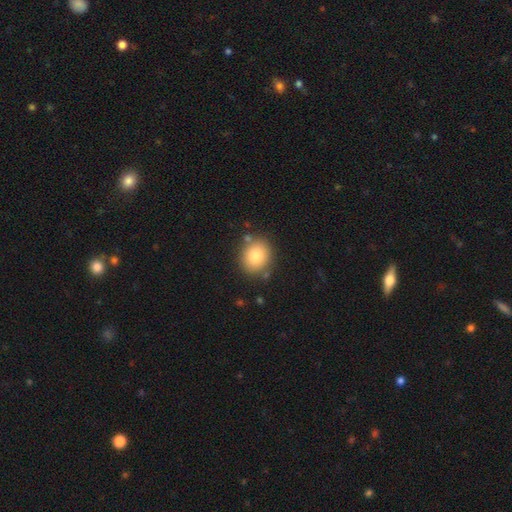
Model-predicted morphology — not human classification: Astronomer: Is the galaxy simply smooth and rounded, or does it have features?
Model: smooth — 80%.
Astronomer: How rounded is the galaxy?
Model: round — 72%.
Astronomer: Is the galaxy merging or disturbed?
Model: none — 82%.